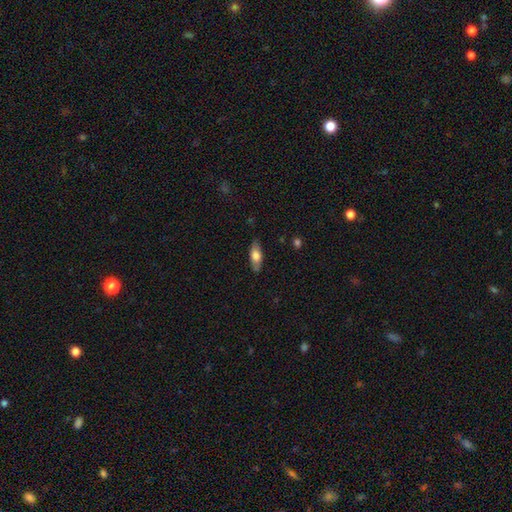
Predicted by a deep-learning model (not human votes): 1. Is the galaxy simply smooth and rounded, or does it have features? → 67% smooth, 27% featured or disk, 6% star or artifact.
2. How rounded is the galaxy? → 70% in between, 27% cigar-shaped, 3% round.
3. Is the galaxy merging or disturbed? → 81% none, 15% minor disturbance, 3% major disturbance, 1% merger.